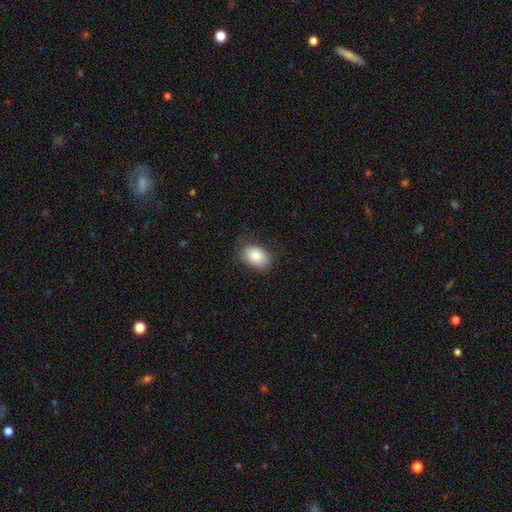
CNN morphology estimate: A smooth galaxy with no disk features (85%) that is in between round and cigar-shaped (83%). Merging: none (76%).